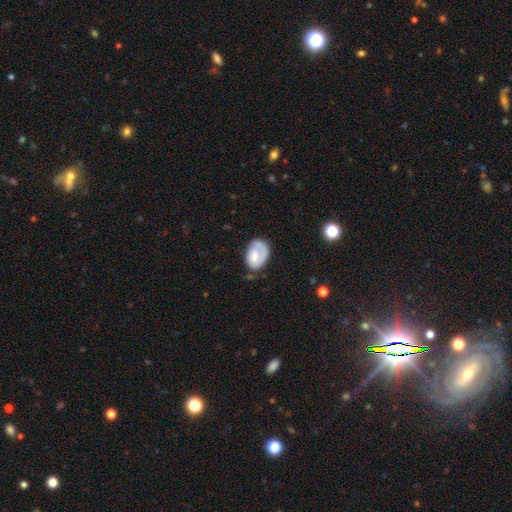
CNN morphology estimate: Smooth or featured? Predicted: smooth (p=0.55). How rounded? Predicted: in between (p=0.82). Merging? Predicted: none (p=0.49).